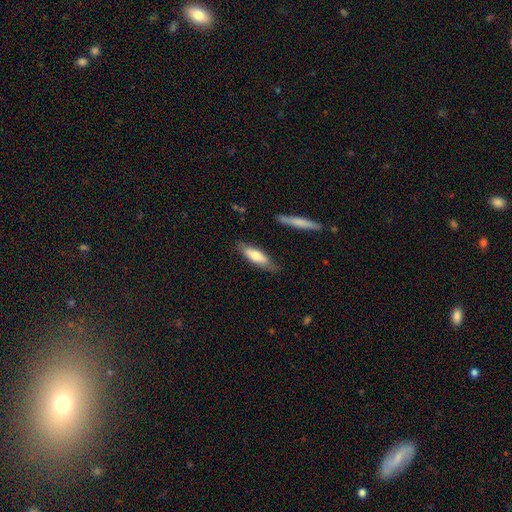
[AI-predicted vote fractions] The model was most divided on "how rounded": cigar-shaped: 62%, in between: 37%, round: 1%. More confident: merging — none (78%); smooth or featured — smooth (68%).